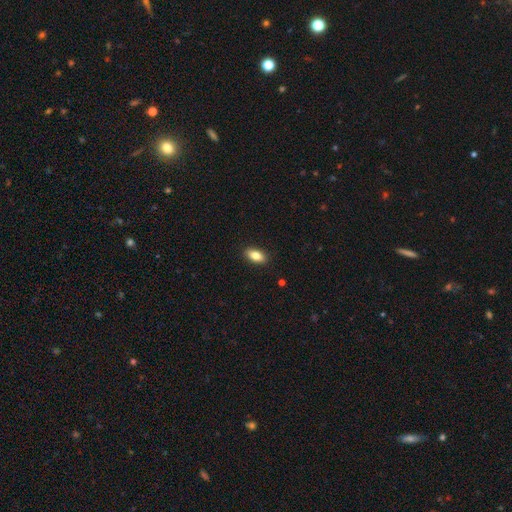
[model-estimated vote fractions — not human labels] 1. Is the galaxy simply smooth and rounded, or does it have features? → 82% smooth, 11% featured or disk, 8% star or artifact.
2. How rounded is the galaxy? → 89% in between, 6% cigar-shaped, 5% round.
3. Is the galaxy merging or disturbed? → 90% none, 7% minor disturbance, 2% major disturbance, 1% merger.